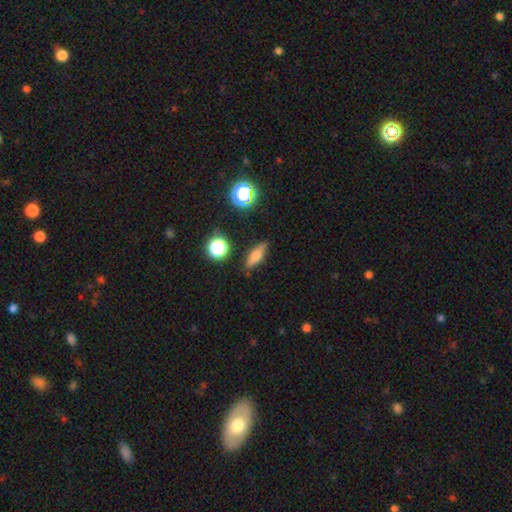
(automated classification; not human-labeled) Overall: smooth (52%; featured or disk 36%). How rounded: cigar-shaped (52%; in between 40%). Merging: none (84%).